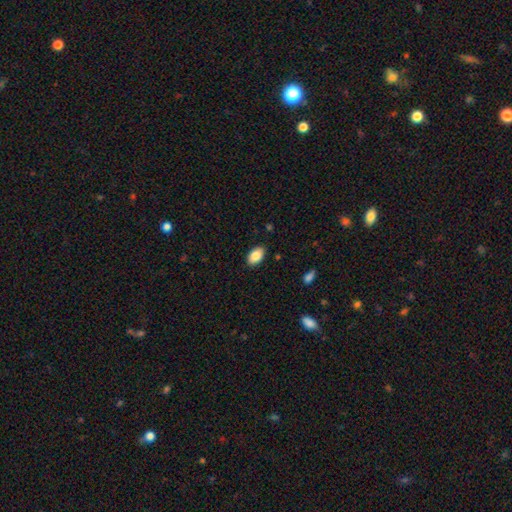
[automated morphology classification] smooth-or-featured: smooth: 87% | star or artifact: 7% | featured or disk: 6%
  how-rounded: in between: 92% | round: 7% | cigar-shaped: 1%
  merging: none: 88% | minor disturbance: 9% | major disturbance: 2% | merger: 1%